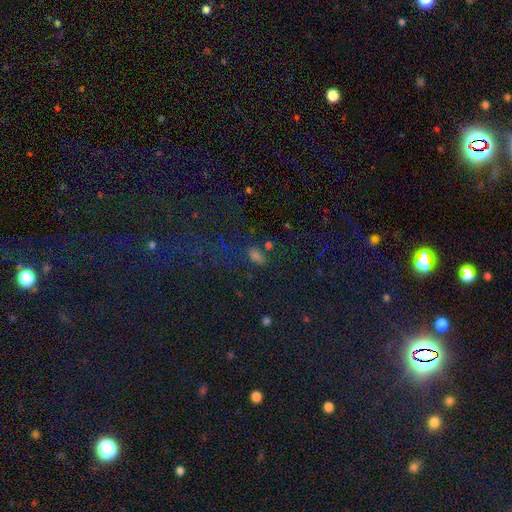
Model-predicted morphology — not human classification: A smooth galaxy with no disk features (49%).

Vote fractions:
- Smooth or featured? smooth: 49% / star or artifact: 42% / featured or disk: 9%
- Merging? none: 62% / minor disturbance: 17% / major disturbance: 12% / merger: 8%